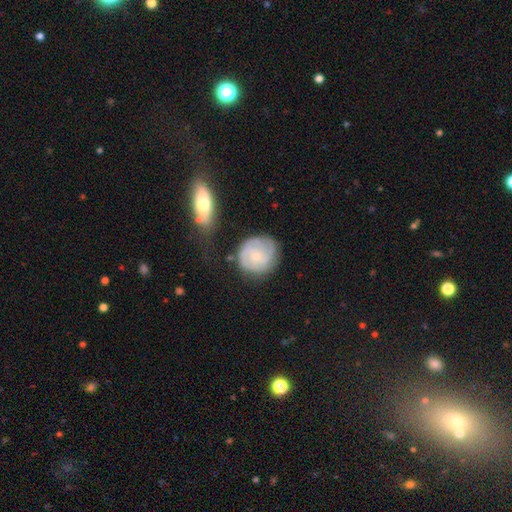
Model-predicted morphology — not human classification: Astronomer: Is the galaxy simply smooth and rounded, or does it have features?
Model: featured or disk — 68%.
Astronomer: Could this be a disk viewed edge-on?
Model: no — 98%.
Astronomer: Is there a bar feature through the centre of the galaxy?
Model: no — 71%.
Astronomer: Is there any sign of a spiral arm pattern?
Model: yes — 91%.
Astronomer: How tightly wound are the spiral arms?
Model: tight — 58%.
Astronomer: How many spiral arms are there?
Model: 3 — 30% (runner-up: can't tell, 28%).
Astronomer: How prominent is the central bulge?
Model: small — 70%.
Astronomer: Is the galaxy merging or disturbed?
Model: none — 69%.